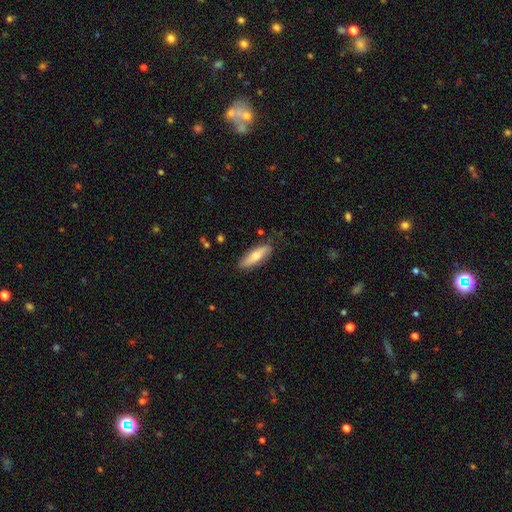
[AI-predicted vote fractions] Q: Smooth or featured?
A: smooth (62%); runner-up: featured or disk (32%)
Q: How rounded?
A: cigar-shaped (51%); runner-up: in between (47%)
Q: Merging?
A: none (79%); runner-up: minor disturbance (16%)